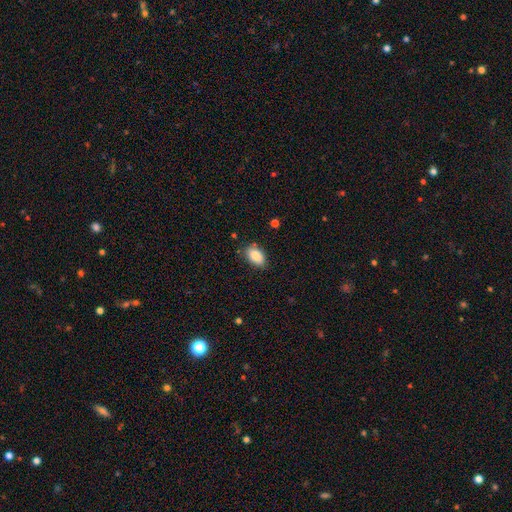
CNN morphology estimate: This appears to be a smooth galaxy with no disk features (86%) that is in between round and cigar-shaped (90%). Merging: none (79%).